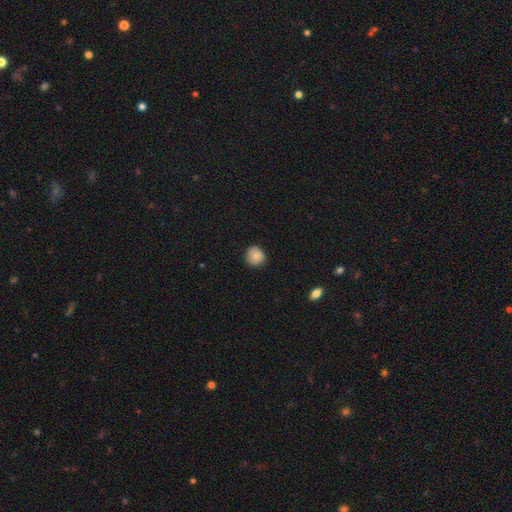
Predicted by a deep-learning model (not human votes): Smooth or featured? smooth (87%)
How rounded? round (90%)
Merging? none (85%)